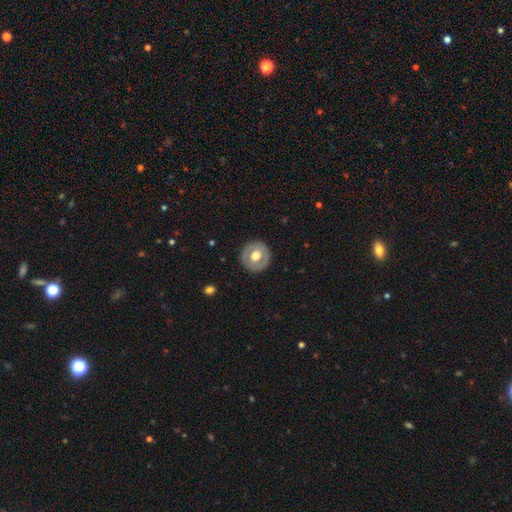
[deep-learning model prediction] smooth_or_featured: smooth (p=0.53) [alt: featured or disk p=0.41]
how_rounded: round (p=0.92) [alt: in between p=0.07]
merging: none (p=0.87) [alt: minor disturbance p=0.09]